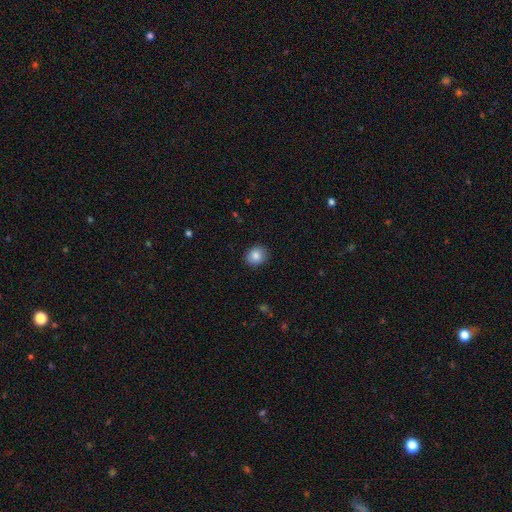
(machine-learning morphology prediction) Smooth or featured? Predicted: smooth (p=0.86). How rounded? Predicted: round (p=0.72). Merging? Predicted: none (p=0.90).